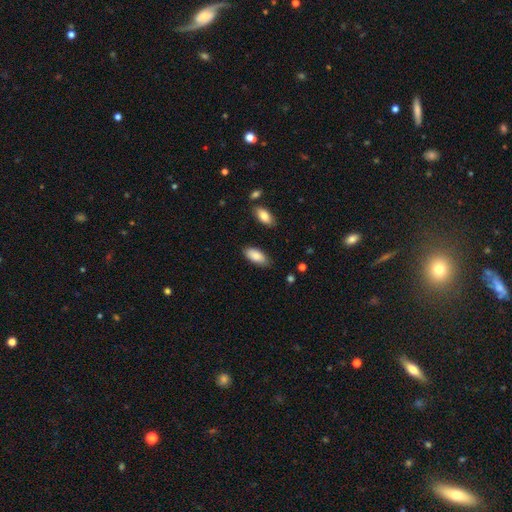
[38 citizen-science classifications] Smooth or featured? 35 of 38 (92%) said smooth. How rounded? 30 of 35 (86%) said in between. Merging? 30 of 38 (79%) said none.